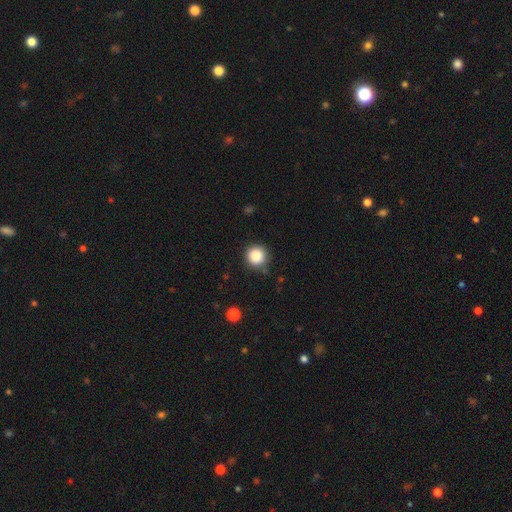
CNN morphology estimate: Smooth or featured? Predicted: smooth (p=0.86). How rounded? Predicted: round (p=0.94). Merging? Predicted: none (p=0.83).